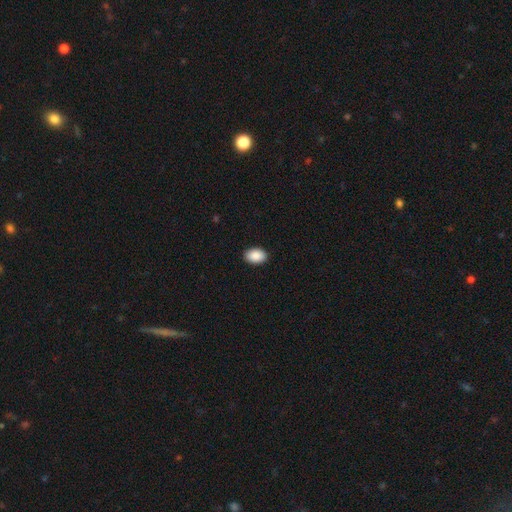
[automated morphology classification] Smooth or featured: smooth — 90% (star or artifact — 7%)
How rounded: in between — 88% (round — 11%)
Merging: none — 91% (minor disturbance — 7%)